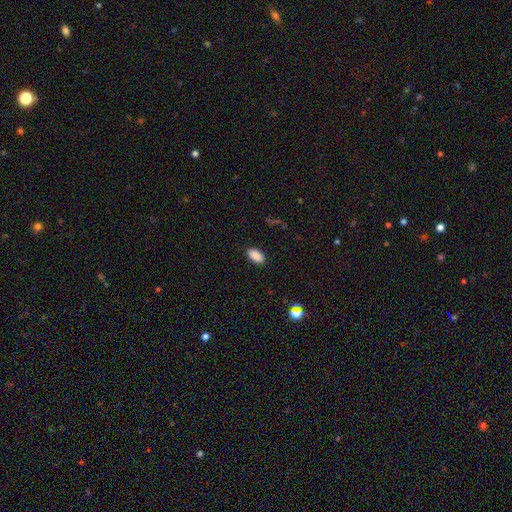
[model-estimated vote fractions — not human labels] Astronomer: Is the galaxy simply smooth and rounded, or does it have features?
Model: smooth — 88%.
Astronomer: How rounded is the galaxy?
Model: in between — 94%.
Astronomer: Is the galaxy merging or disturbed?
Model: none — 89%.